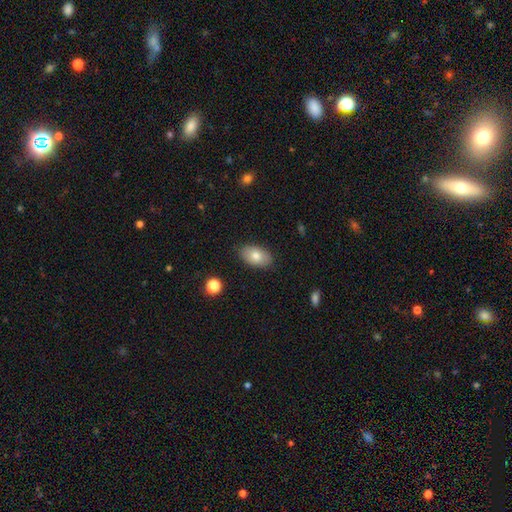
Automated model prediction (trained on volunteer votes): Morphology: type=smooth (78%); roundness=in between (92%); merging=none (86%).